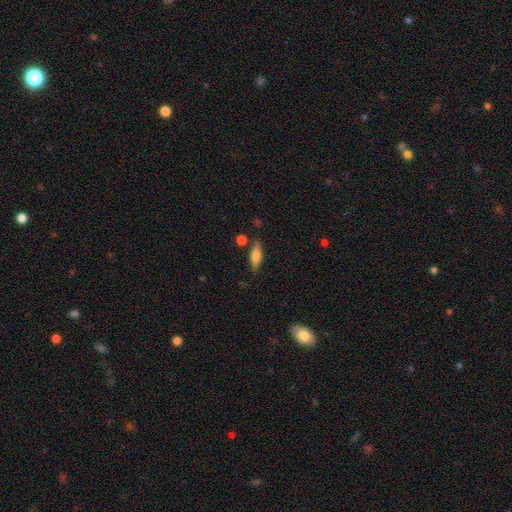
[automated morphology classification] Overall: smooth (68%). How rounded: in between (51%; cigar-shaped 46%). Merging: none (80%).